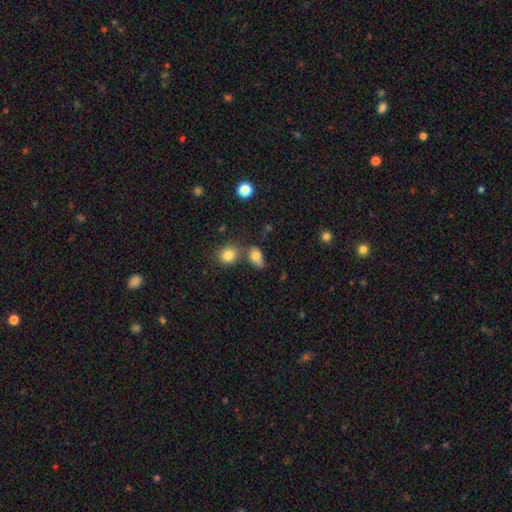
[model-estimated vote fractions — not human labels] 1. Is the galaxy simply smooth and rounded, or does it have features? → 78% smooth, 11% star or artifact, 11% featured or disk.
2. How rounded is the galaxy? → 72% in between, 25% round, 3% cigar-shaped.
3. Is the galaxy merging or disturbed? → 46% none, 26% merger, 20% minor disturbance, 8% major disturbance.